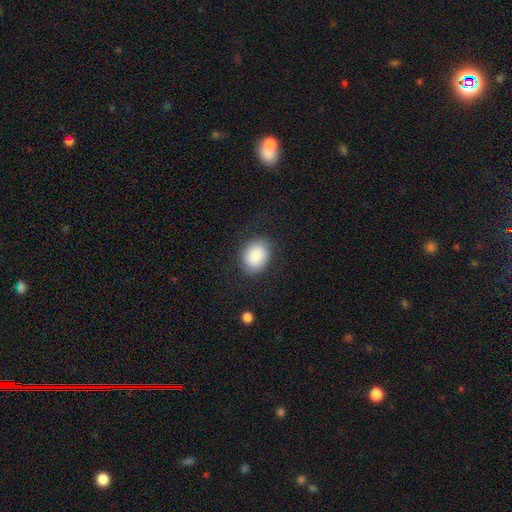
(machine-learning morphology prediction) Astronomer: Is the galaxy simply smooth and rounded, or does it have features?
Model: smooth — 88%.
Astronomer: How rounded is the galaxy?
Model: in between — 62%.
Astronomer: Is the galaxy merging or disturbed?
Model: none — 81%.